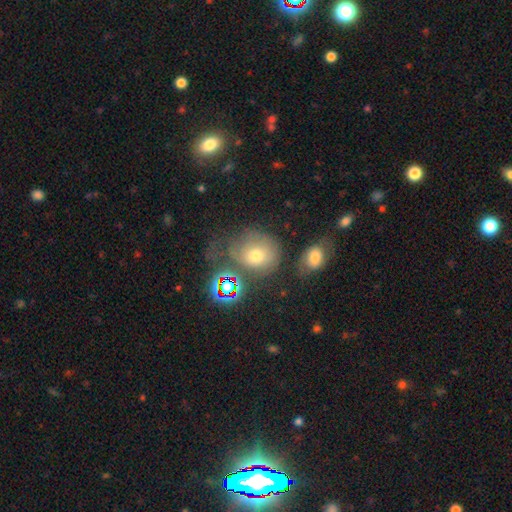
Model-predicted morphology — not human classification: Smooth or featured: smooth — 59% (featured or disk — 23%)
How rounded: round — 67% (in between — 32%)
Merging: none — 41% (minor disturbance — 24%)